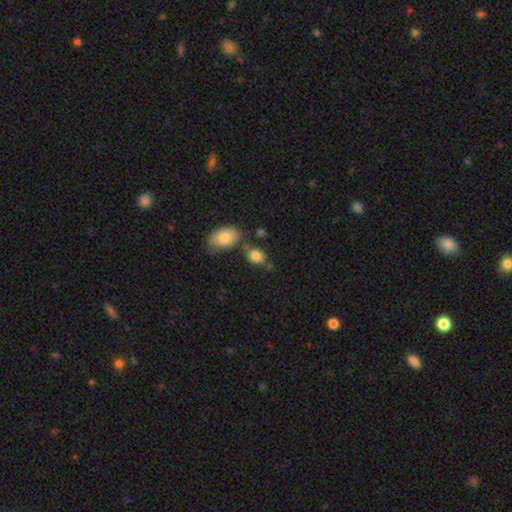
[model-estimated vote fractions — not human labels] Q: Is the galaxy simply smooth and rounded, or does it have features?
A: smooth — 85%.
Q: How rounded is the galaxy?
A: in between — 61%.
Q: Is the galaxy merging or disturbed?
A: none — 63%.